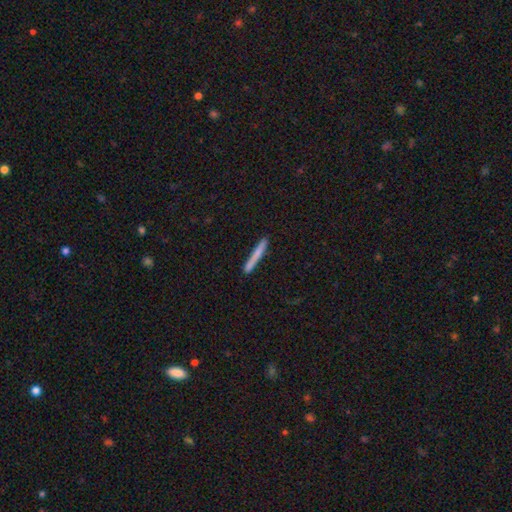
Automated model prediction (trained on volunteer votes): Morphology: type=smooth (71%); roundness=cigar-shaped (96%); merging=none (87%).